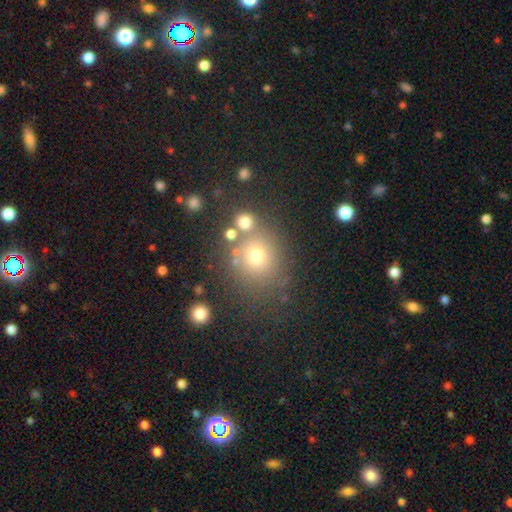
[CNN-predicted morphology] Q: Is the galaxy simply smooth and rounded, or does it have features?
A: smooth — 67%.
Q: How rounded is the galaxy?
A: round — 82%.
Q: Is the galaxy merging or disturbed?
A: none — 72%.